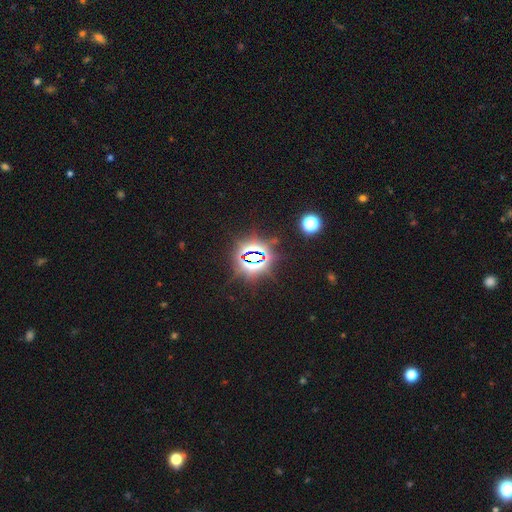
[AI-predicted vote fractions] A star or artifact, not a galaxy (82%).